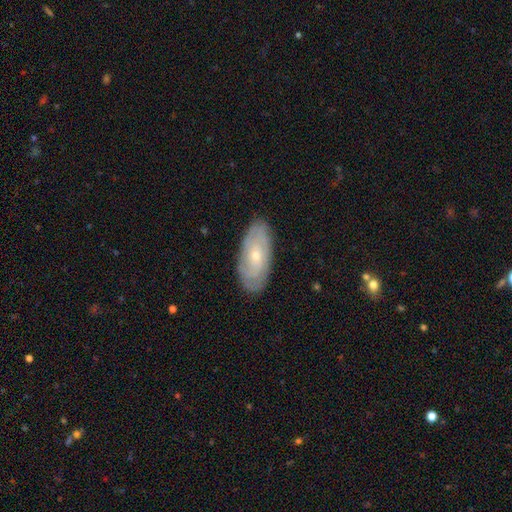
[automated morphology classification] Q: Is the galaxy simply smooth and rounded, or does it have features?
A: featured or disk — 62%.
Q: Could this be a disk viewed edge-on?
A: no — 90%.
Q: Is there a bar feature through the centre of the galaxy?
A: no — 77%.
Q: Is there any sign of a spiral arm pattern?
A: yes — 78%.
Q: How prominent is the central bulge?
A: small — 67%.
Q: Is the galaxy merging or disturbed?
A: none — 83%.